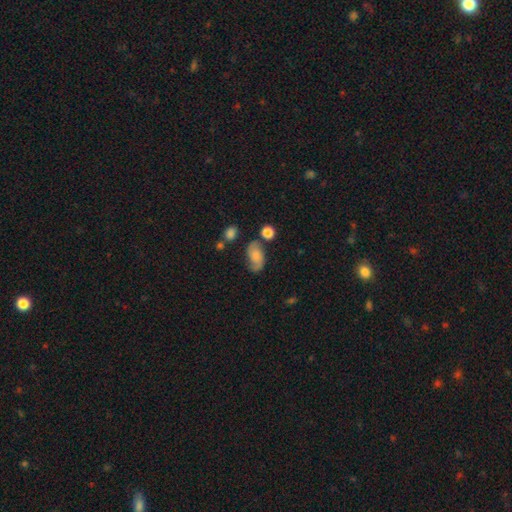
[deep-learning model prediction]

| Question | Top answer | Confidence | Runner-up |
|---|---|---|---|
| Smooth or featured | featured or disk | 49% | smooth (41%) |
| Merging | none | 62% | minor disturbance (23%) |